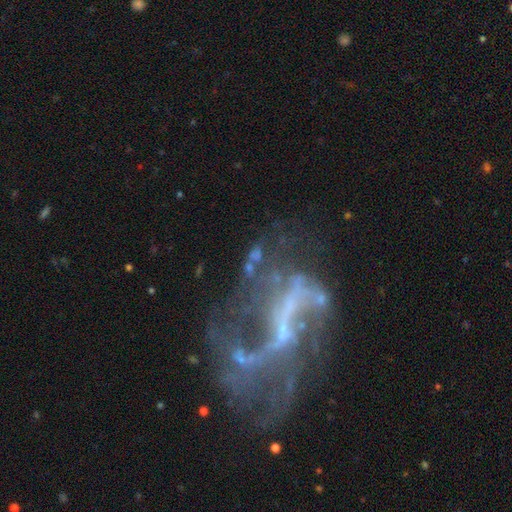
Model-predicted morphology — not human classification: Q: Smooth or featured?
A: featured or disk (66%); runner-up: star or artifact (22%)
Q: Edge-on disk?
A: no (93%); runner-up: yes (7%)
Q: Bar?
A: no (37%); runner-up: strong (36%)
Q: Spiral arms?
A: no (50%); tied with: yes (50%)
Q: Bulge size?
A: none (53%); runner-up: small (30%)
Q: Merging?
A: none (41%); runner-up: major disturbance (34%)